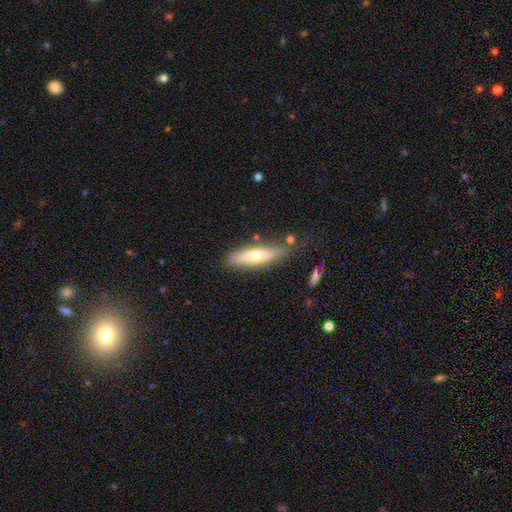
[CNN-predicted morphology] A smooth galaxy with no disk features (53%) that is cigar-shaped (67%). Merging: none (72%).